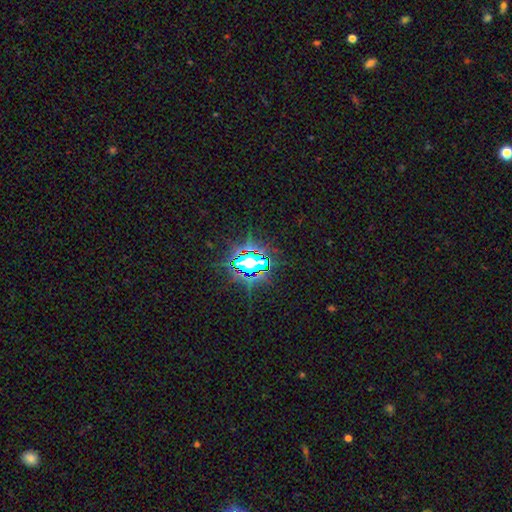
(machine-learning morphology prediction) star or artifact 78%, smooth 13%, featured or disk 9%.